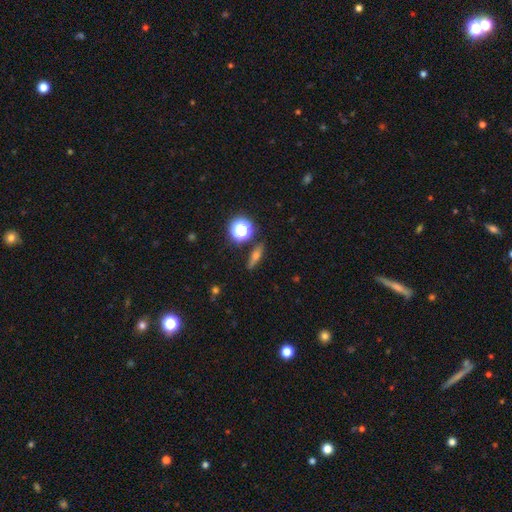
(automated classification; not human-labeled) The model was most divided on "smooth or featured": smooth: 40%, featured or disk: 39%, star or artifact: 21%. More confident: merging — none (86%).